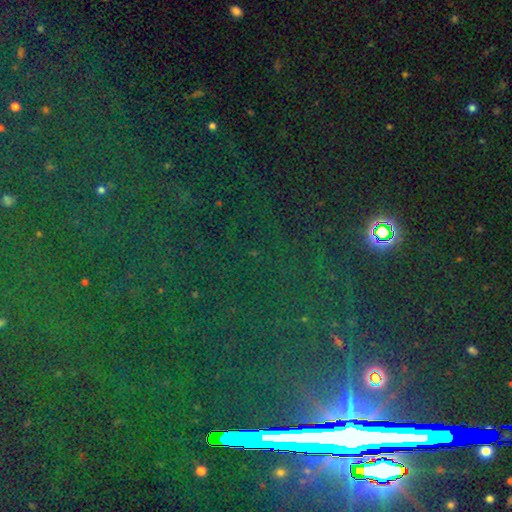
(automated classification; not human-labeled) This appears to be a star or artifact, not a galaxy (81%).